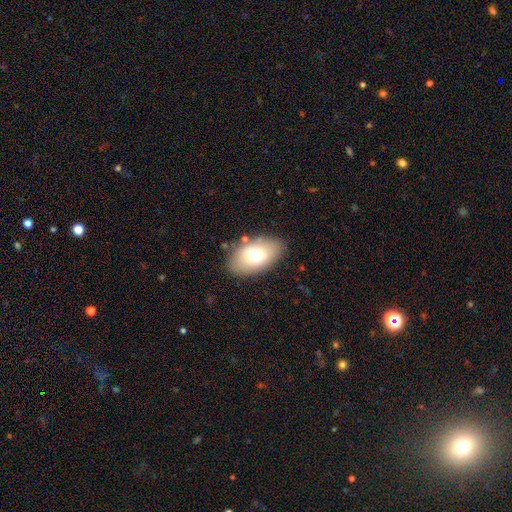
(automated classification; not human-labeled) Smooth or featured: smooth — 66% (featured or disk — 25%)
How rounded: in between — 91% (round — 7%)
Merging: none — 79% (minor disturbance — 13%)